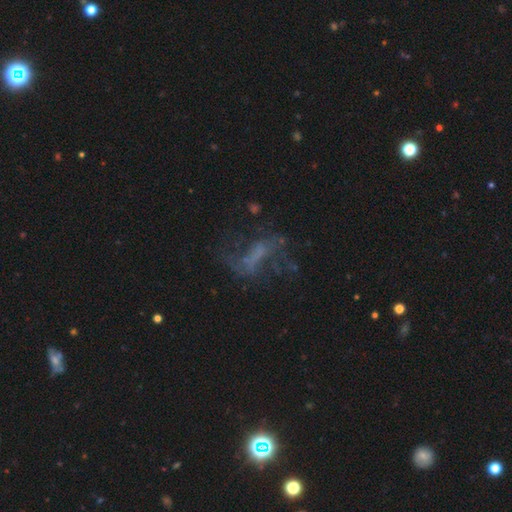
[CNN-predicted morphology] Smooth or featured: featured or disk — 56% (star or artifact — 24%)
Edge-on disk: no — 93% (yes — 7%)
Bar: no — 47% (weak — 29%)
Spiral arms: no — 55% (yes — 45%)
Bulge size: none — 70% (small — 15%)
Merging: none — 47% (major disturbance — 33%)